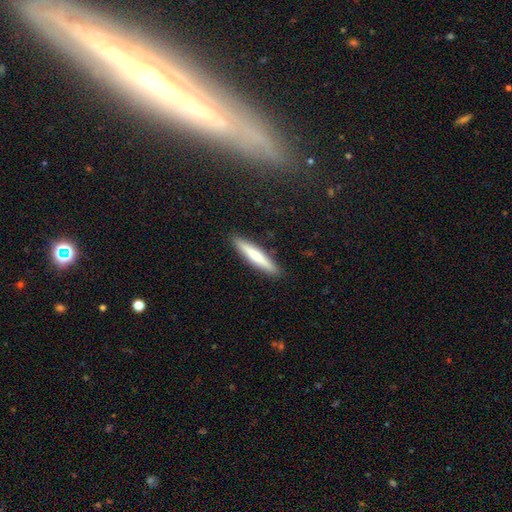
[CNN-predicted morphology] This appears to be a smooth galaxy with no disk features (65%) that is cigar-shaped (92%). Merging: none (91%).